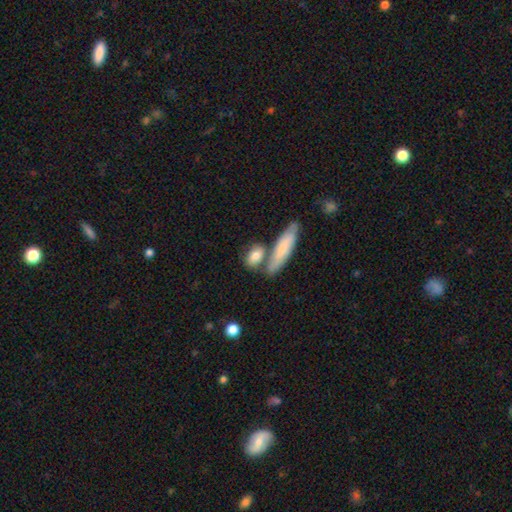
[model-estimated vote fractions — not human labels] Morphology: type=smooth (79%); roundness=in between (61%); merging=none (57%).